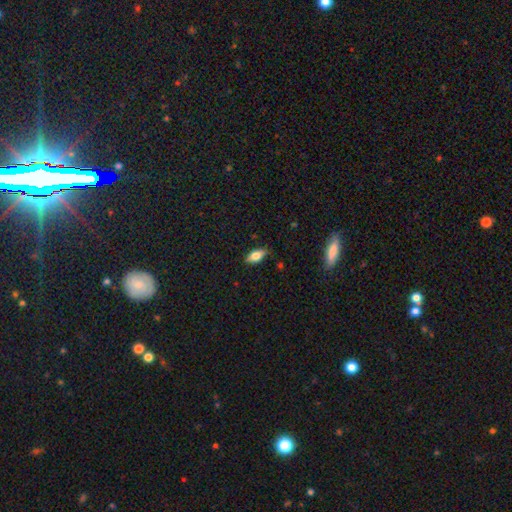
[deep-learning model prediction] A smooth galaxy with no disk features (72%) that is in between round and cigar-shaped (84%).

Vote fractions:
- Smooth or featured? smooth: 72% / featured or disk: 20% / star or artifact: 8%
- How rounded? in between: 84% / cigar-shaped: 12% / round: 4%
- Merging? none: 82% / minor disturbance: 14% / major disturbance: 3% / merger: 1%